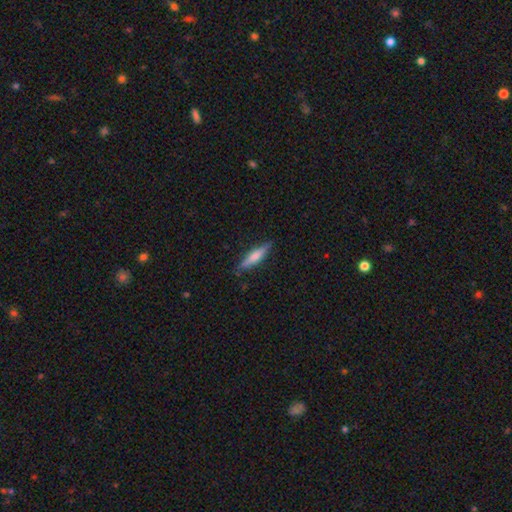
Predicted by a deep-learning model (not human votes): Smooth or featured: smooth — 57% (featured or disk — 37%)
How rounded: cigar-shaped — 82% (in between — 16%)
Merging: none — 85% (minor disturbance — 12%)